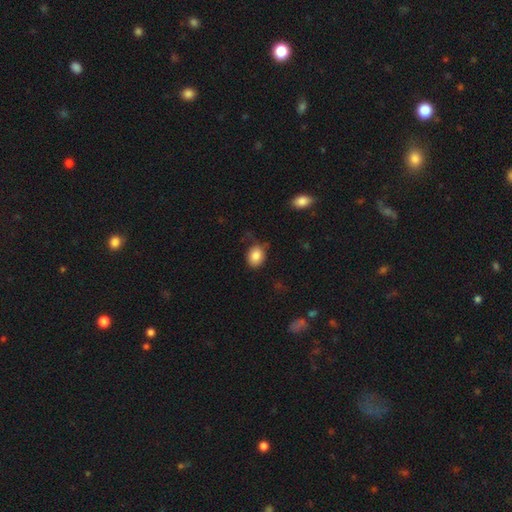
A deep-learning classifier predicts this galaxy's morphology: The model was most divided on "how rounded": in between: 55%, round: 44%, cigar-shaped: 1%. More confident: smooth or featured — smooth (85%); merging — none (67%).